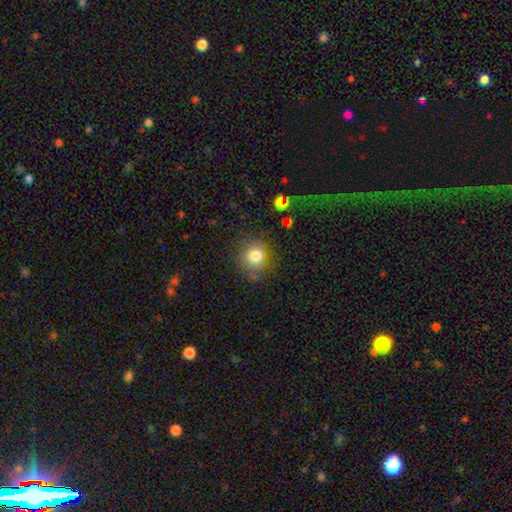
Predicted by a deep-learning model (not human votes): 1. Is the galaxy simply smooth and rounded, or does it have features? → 79% smooth, 12% star or artifact, 10% featured or disk.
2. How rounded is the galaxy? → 84% round, 15% in between, 1% cigar-shaped.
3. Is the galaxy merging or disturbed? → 72% none, 18% minor disturbance, 8% major disturbance, 2% merger.